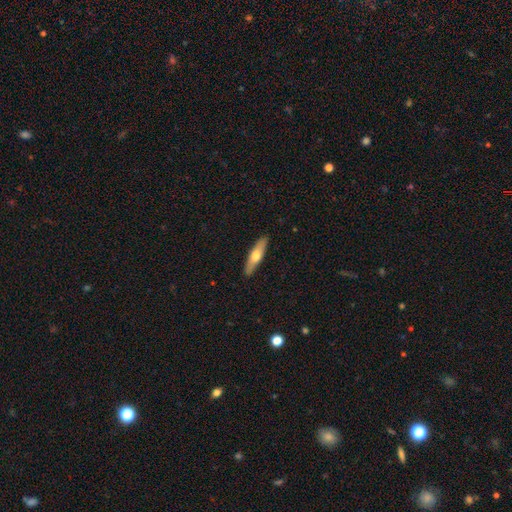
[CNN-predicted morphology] Smooth or featured?
  - smooth: 55% *
  - featured or disk: 40%
  - star or artifact: 5%
How rounded?
  - cigar-shaped: 75% *
  - in between: 23%
  - round: 2%
Merging?
  - none: 90% *
  - minor disturbance: 7%
  - major disturbance: 1%
  - merger: 1%